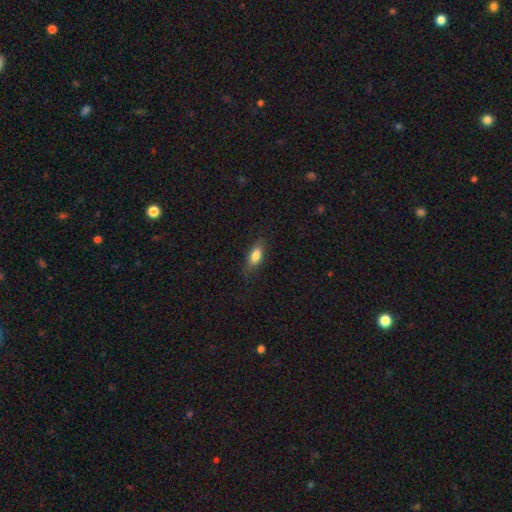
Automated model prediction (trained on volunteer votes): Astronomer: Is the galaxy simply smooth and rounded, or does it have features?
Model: smooth — 79%.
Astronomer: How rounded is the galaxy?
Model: in between — 72%.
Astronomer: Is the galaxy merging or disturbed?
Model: none — 76%.